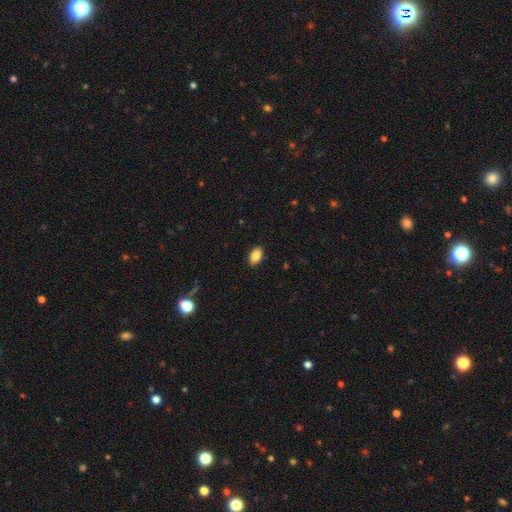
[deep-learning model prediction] smooth_or_featured: smooth (p=0.87) [alt: star or artifact p=0.08]
how_rounded: in between (p=0.92) [alt: round p=0.05]
merging: none (p=0.89) [alt: minor disturbance p=0.08]